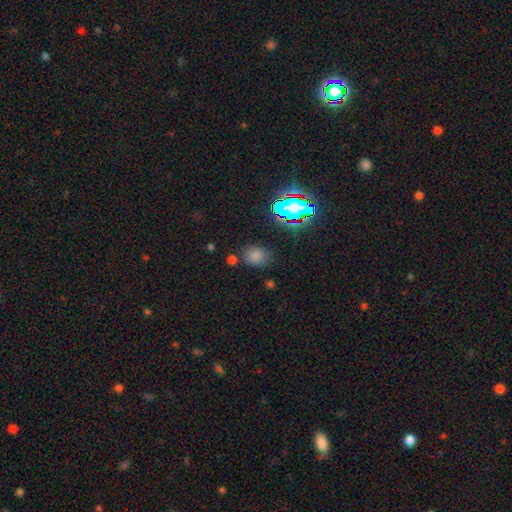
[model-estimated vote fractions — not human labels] smooth-or-featured: smooth: 70% | star or artifact: 23% | featured or disk: 7%
  how-rounded: round: 55% | in between: 44% | cigar-shaped: 1%
  merging: none: 73% | minor disturbance: 15% | merger: 6% | major disturbance: 5%